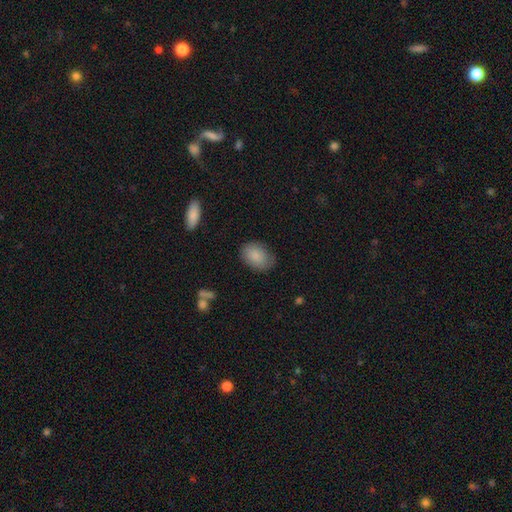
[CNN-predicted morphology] Q: Smooth or featured?
A: smooth (86%); runner-up: star or artifact (7%)
Q: How rounded?
A: in between (81%); runner-up: round (18%)
Q: Merging?
A: none (75%); runner-up: minor disturbance (19%)